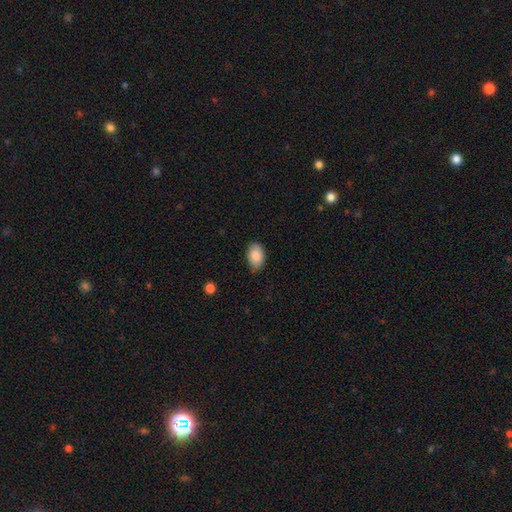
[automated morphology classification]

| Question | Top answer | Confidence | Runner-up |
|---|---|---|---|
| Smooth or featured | smooth | 88% | star or artifact (6%) |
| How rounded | in between | 89% | round (10%) |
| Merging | none | 77% | minor disturbance (19%) |